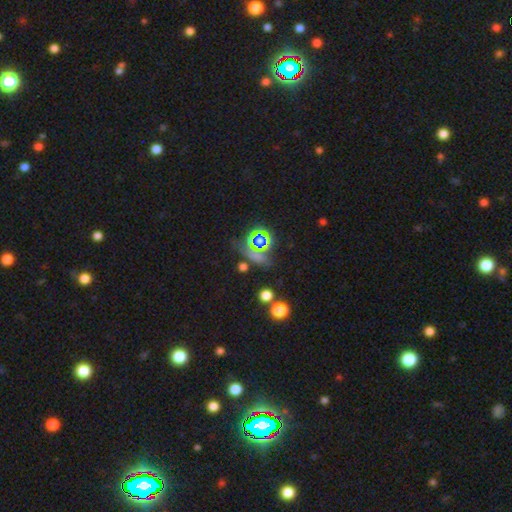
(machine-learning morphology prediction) Smooth or featured?
  - star or artifact: 64% *
  - smooth: 26%
  - featured or disk: 10%